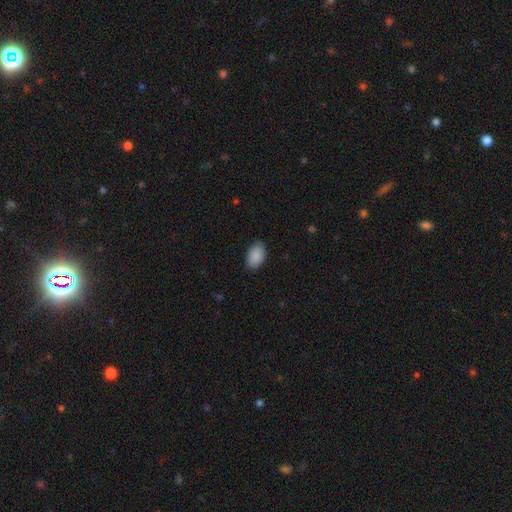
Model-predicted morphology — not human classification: Smooth or featured? Predicted: smooth (p=0.90). How rounded? Predicted: in between (p=0.90). Merging? Predicted: none (p=0.83).